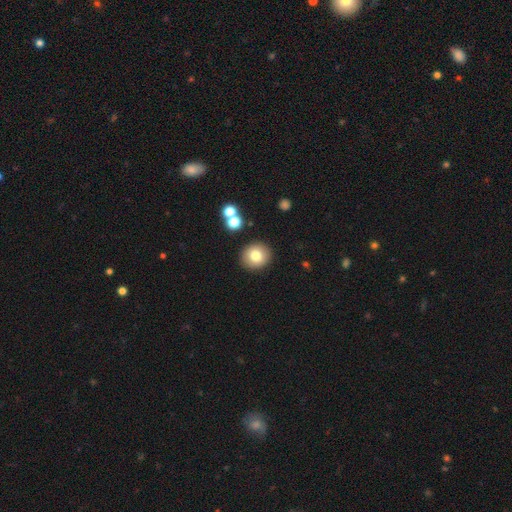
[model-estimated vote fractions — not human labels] Smooth or featured?
  - smooth: 78% *
  - featured or disk: 12%
  - star or artifact: 10%
How rounded?
  - round: 85% *
  - in between: 14%
  - cigar-shaped: 1%
Merging?
  - none: 88% *
  - minor disturbance: 6%
  - merger: 3%
  - major disturbance: 2%